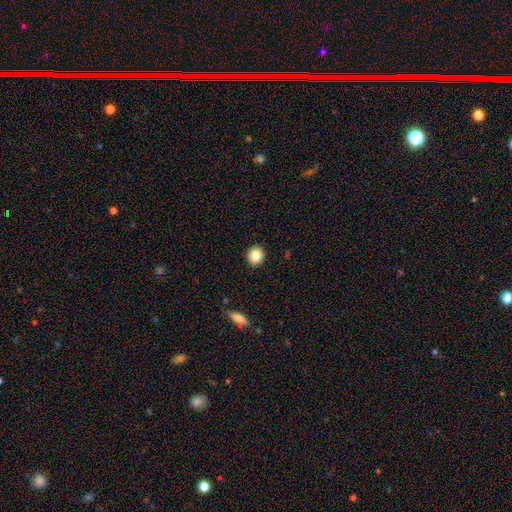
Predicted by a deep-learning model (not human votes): This appears to be a smooth galaxy with no disk features (83%) that is round (88%). Merging: none (92%).